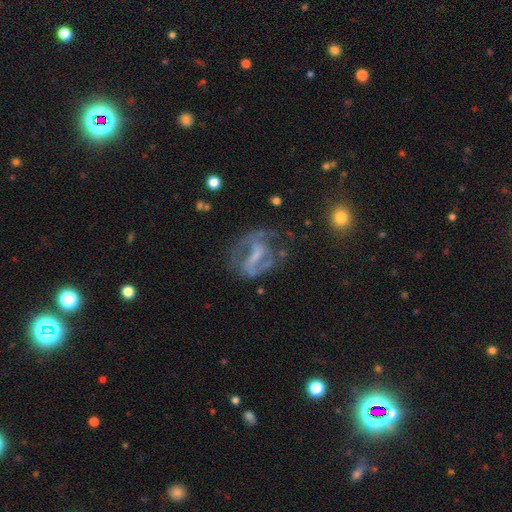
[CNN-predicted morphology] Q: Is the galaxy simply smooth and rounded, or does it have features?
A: featured or disk — 72%.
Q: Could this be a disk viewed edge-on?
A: no — 95%.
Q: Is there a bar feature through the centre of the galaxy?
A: strong — 41%.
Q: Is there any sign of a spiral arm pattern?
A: yes — 63%.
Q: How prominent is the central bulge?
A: none — 44%.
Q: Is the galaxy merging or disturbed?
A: none — 47%.